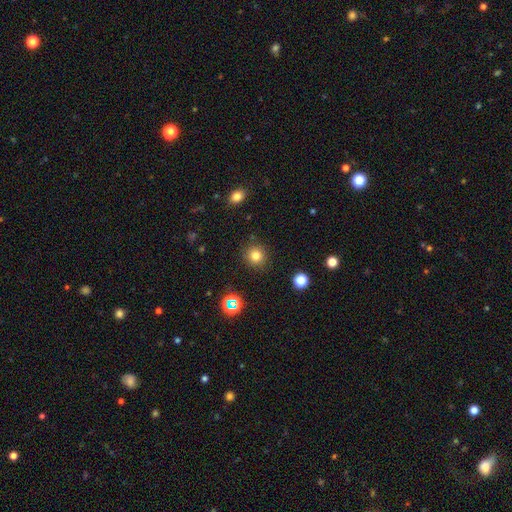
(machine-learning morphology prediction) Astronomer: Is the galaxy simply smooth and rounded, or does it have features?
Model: smooth — 80%.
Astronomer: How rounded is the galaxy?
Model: round — 92%.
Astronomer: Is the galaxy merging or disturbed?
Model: none — 89%.